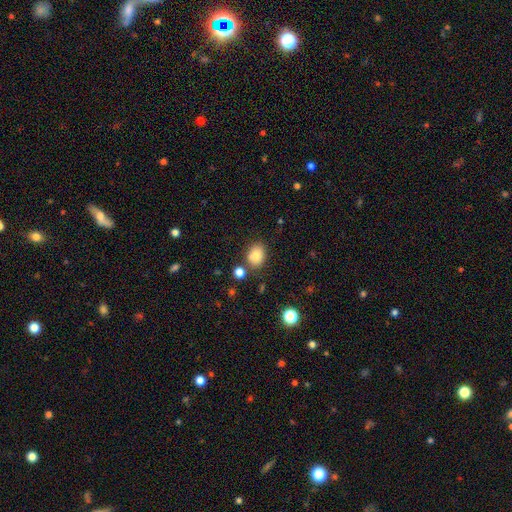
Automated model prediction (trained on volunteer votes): The model was most divided on "how rounded": in between: 59%, round: 40%, cigar-shaped: 1%. More confident: smooth or featured — smooth (81%); merging — none (73%).